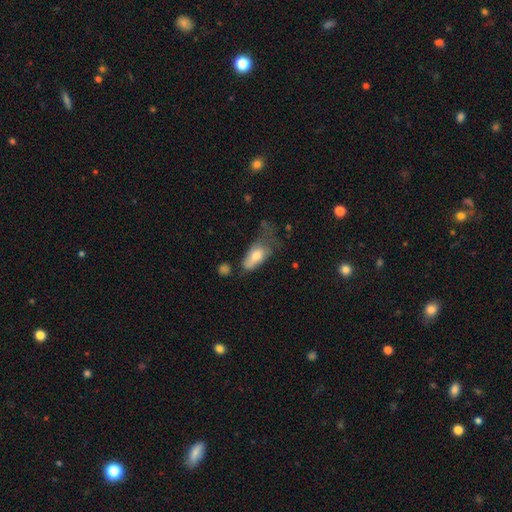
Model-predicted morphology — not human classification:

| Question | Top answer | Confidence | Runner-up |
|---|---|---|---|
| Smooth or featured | smooth | 69% | featured or disk (23%) |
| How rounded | in between | 86% | cigar-shaped (9%) |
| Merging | major disturbance | 39% | minor disturbance (30%) |